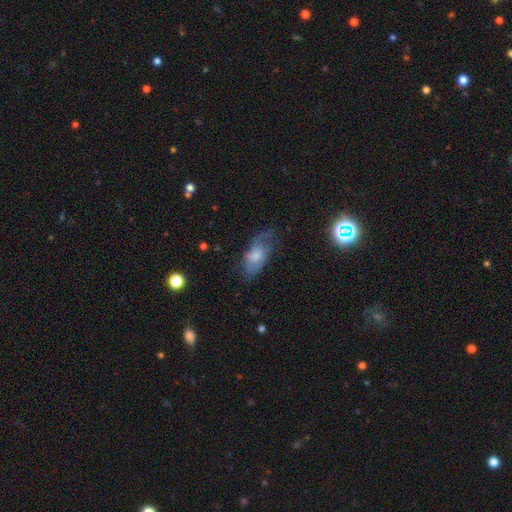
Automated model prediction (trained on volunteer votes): Smooth or featured?
  - smooth: 48% *
  - featured or disk: 43%
  - star or artifact: 10%
Merging?
  - none: 56% *
  - minor disturbance: 27%
  - major disturbance: 16%
  - merger: 2%